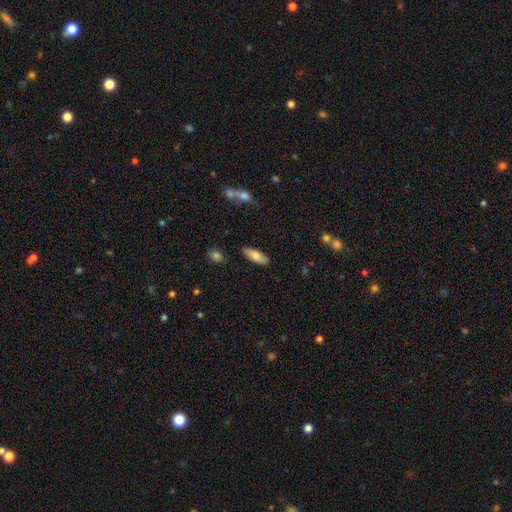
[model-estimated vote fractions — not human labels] Smooth or featured? Predicted: smooth (p=0.77). How rounded? Predicted: in between (p=0.68). Merging? Predicted: none (p=0.84).